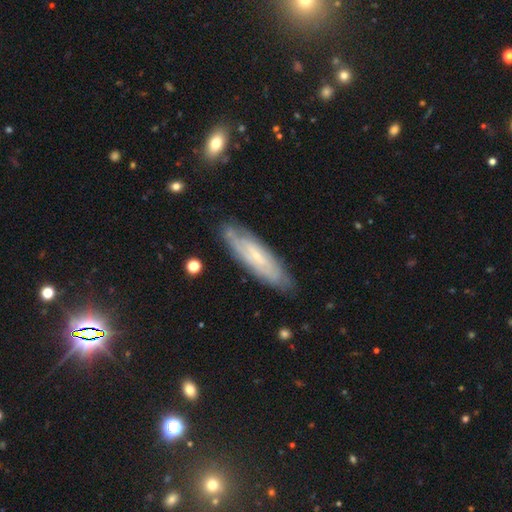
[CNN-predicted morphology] Smooth or featured? featured or disk (64%)
Edge-on disk? no (66%)
Merging? none (80%)